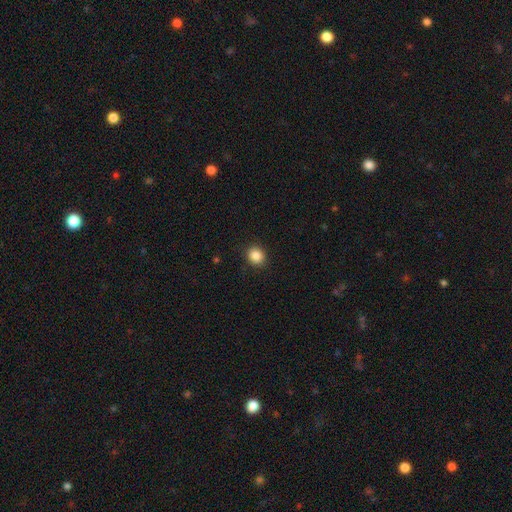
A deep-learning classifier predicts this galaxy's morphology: The model was most divided on "how rounded": round: 80%, in between: 19%, cigar-shaped: 1%. More confident: merging — none (90%); smooth or featured — smooth (86%).